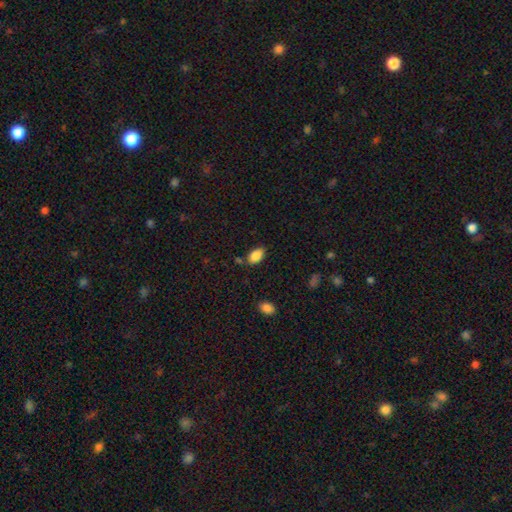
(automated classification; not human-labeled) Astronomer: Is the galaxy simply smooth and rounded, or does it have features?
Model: smooth — 87%.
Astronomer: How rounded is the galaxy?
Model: in between — 92%.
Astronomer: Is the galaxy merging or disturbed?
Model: none — 76%.